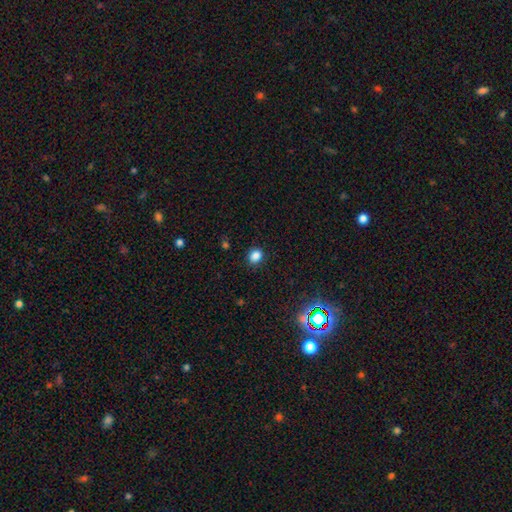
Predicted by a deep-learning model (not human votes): Q: Smooth or featured?
A: smooth (84%); runner-up: star or artifact (12%)
Q: How rounded?
A: round (64%); runner-up: in between (35%)
Q: Merging?
A: none (88%); runner-up: minor disturbance (9%)